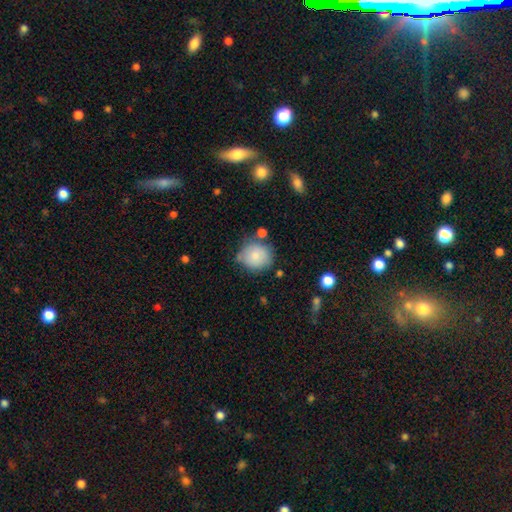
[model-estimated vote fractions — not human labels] smooth-or-featured: smooth: 81% | featured or disk: 11% | star or artifact: 8%
  how-rounded: round: 81% | in between: 18% | cigar-shaped: 1%
  merging: none: 66% | minor disturbance: 20% | merger: 8% | major disturbance: 5%